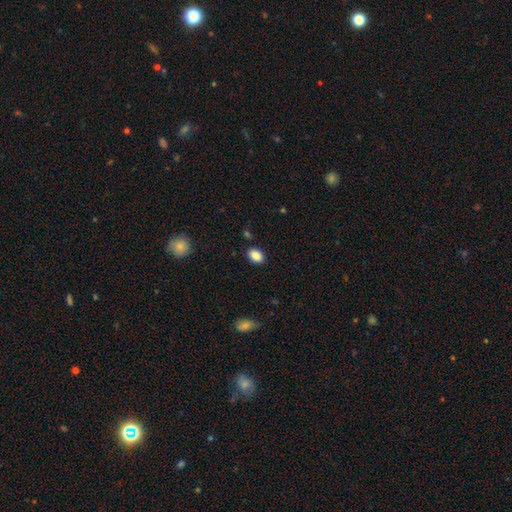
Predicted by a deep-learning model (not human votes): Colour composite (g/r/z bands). It shows a smooth galaxy with no disk features (88%) that is in between round and cigar-shaped (84%). Merging: none (86%).